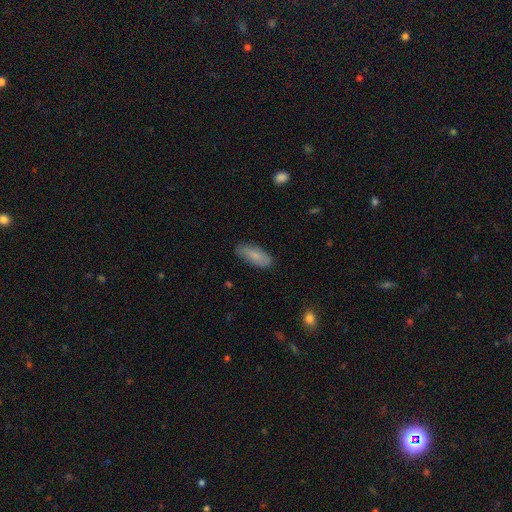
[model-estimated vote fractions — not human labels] Q: Smooth or featured?
A: smooth (81%); runner-up: featured or disk (13%)
Q: How rounded?
A: in between (75%); runner-up: cigar-shaped (23%)
Q: Merging?
A: none (82%); runner-up: minor disturbance (14%)